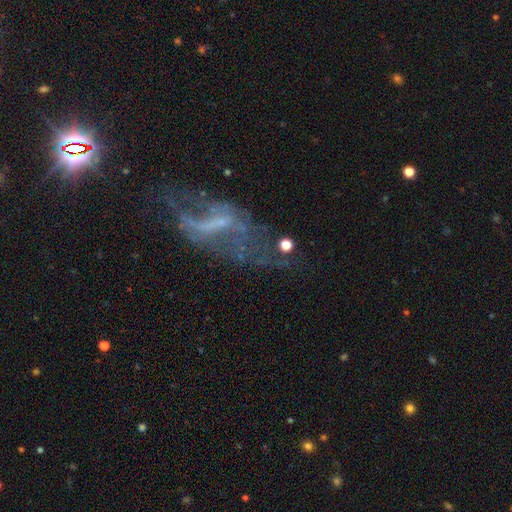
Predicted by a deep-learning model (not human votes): This appears to be a featured or disk galaxy (62%) with no bar (39%), no spiral arms (53%) and no central bulge (47%). Merging: none (43%).